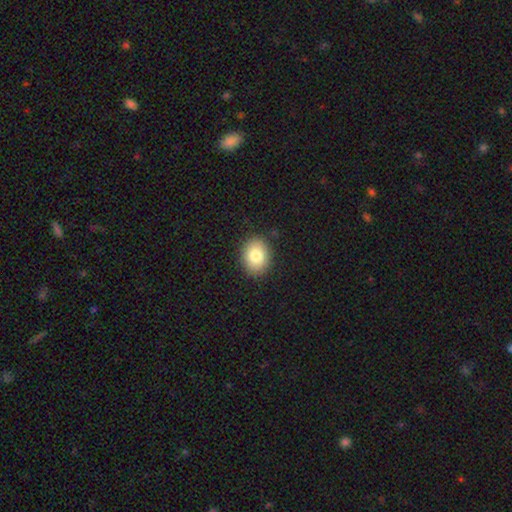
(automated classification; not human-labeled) The model was most divided on "how rounded": in between: 56%, round: 43%, cigar-shaped: 1%. More confident: merging — none (88%); smooth or featured — smooth (82%).